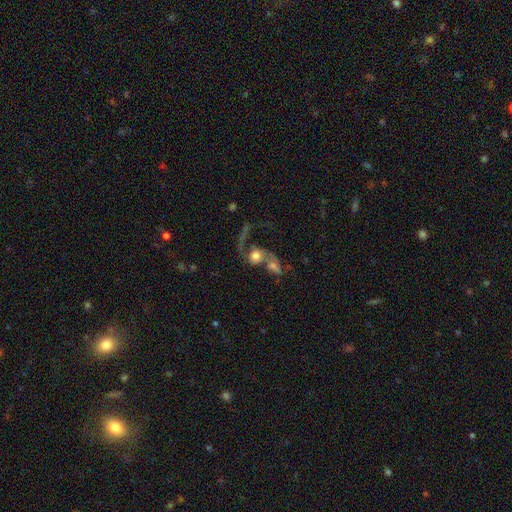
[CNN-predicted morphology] type=featured or disk (52%); edge-on=no (96%); merging=merger (68%).